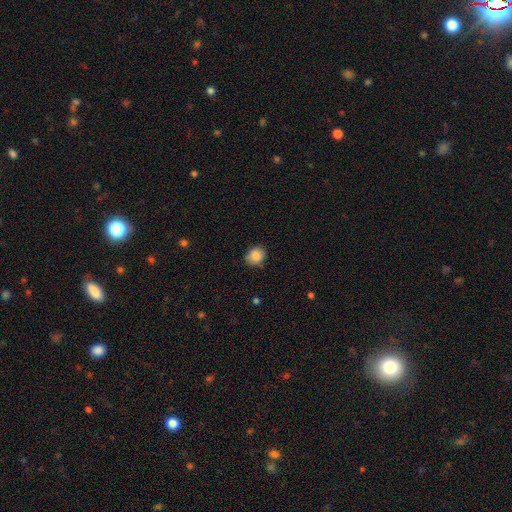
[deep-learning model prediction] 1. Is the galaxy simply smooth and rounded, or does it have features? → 85% smooth, 9% star or artifact, 6% featured or disk.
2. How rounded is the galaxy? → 61% round, 38% in between, 1% cigar-shaped.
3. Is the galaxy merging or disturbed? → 79% none, 17% minor disturbance, 3% major disturbance, 1% merger.